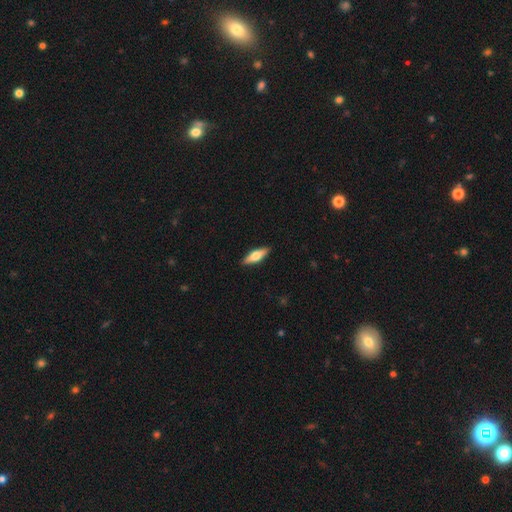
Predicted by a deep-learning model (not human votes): Smooth or featured? Predicted: smooth (p=0.52). How rounded? Predicted: cigar-shaped (p=0.50). Merging? Predicted: none (p=0.90).